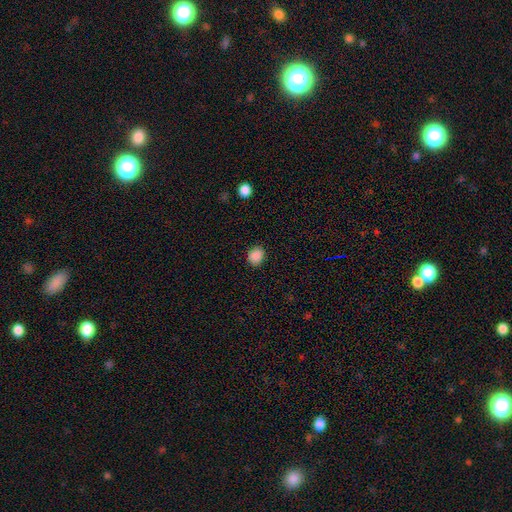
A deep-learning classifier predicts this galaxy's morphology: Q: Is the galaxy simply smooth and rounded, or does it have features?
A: smooth — 88%.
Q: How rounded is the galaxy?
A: round — 65%.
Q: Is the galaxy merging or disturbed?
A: none — 88%.